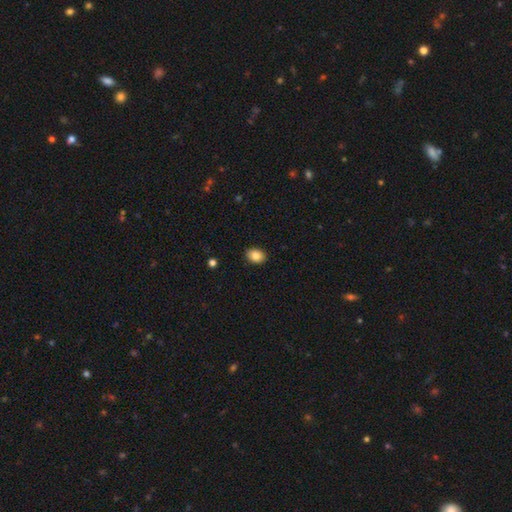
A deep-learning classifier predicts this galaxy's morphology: smooth-or-featured: smooth: 85% | star or artifact: 8% | featured or disk: 7%
  how-rounded: in between: 71% | round: 28% | cigar-shaped: 1%
  merging: none: 90% | minor disturbance: 7% | major disturbance: 2% | merger: 1%